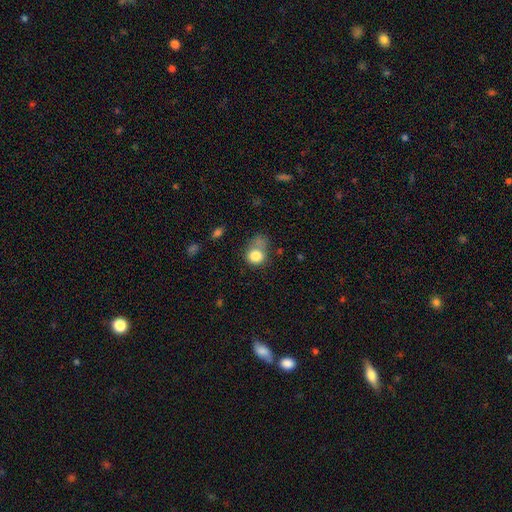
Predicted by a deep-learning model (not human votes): smooth-or-featured: smooth: 82% | star or artifact: 10% | featured or disk: 9%
  how-rounded: round: 71% | in between: 28% | cigar-shaped: 1%
  merging: none: 37% | minor disturbance: 25% | major disturbance: 20% | merger: 18%